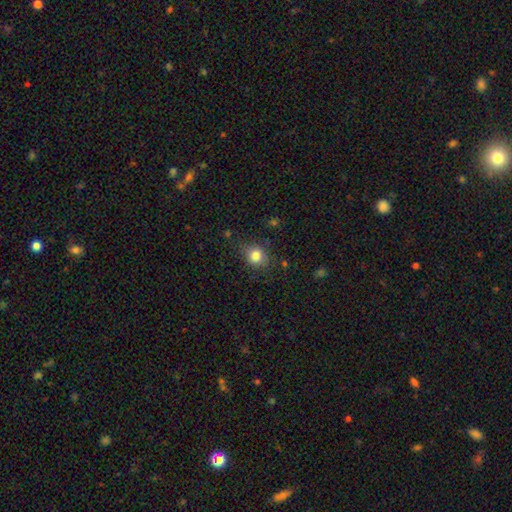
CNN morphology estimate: Smooth or featured: smooth — 82% (star or artifact — 11%)
How rounded: round — 67% (in between — 32%)
Merging: none — 79% (minor disturbance — 15%)